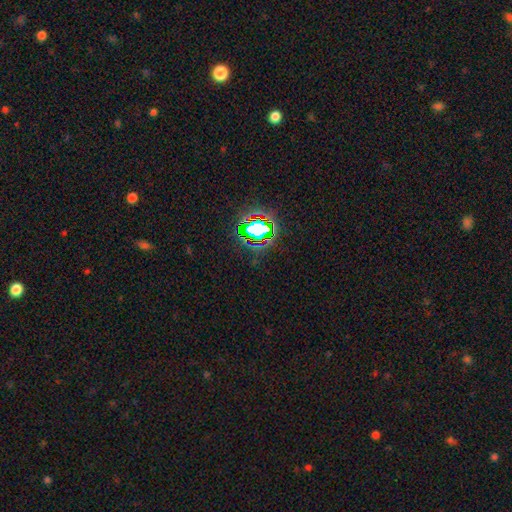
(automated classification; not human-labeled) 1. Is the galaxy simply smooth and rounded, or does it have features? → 78% star or artifact, 13% smooth, 8% featured or disk.